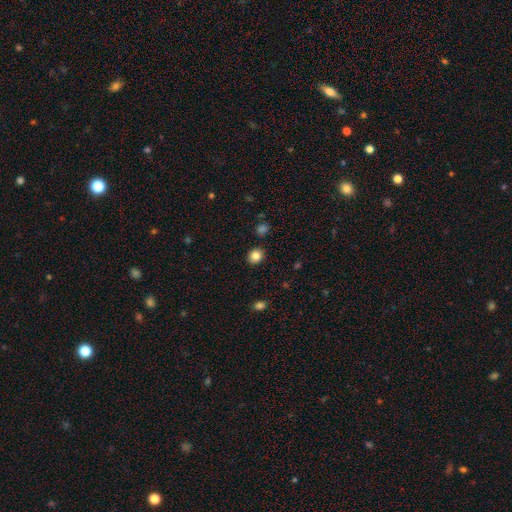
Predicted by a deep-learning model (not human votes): smooth-or-featured: smooth: 85% | star or artifact: 11% | featured or disk: 5%
  how-rounded: round: 75% | in between: 24% | cigar-shaped: 1%
  merging: none: 89% | minor disturbance: 7% | major disturbance: 2% | merger: 2%